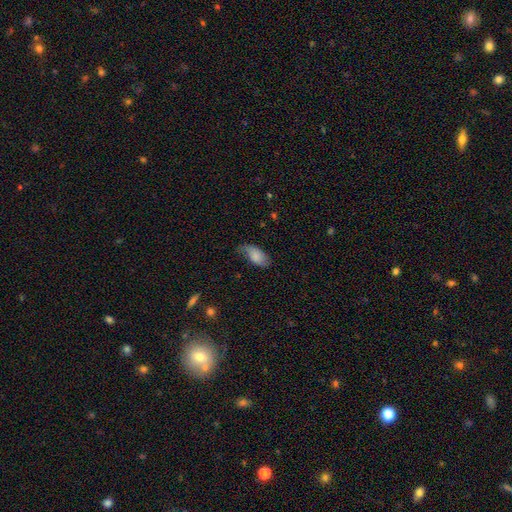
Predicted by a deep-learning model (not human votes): Smooth or featured? Predicted: smooth (p=0.76). How rounded? Predicted: in between (p=0.93). Merging? Predicted: none (p=0.56).